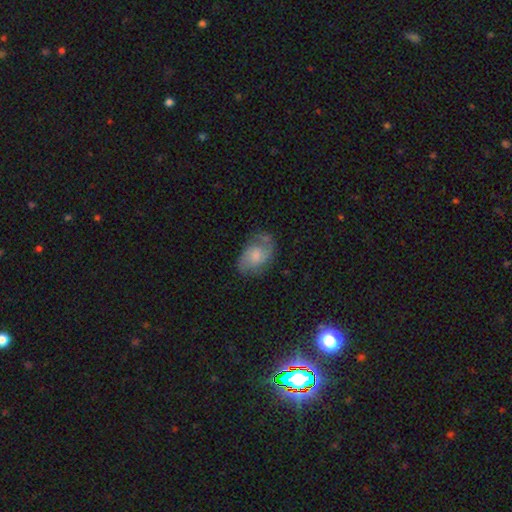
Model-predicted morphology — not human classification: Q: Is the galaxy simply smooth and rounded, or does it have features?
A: featured or disk — 52%.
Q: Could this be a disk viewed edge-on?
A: no — 96%.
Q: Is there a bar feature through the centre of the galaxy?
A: no — 65%.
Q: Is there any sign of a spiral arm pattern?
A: yes — 83%.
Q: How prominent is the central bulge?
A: moderate — 34%.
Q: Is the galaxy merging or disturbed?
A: none — 60%.